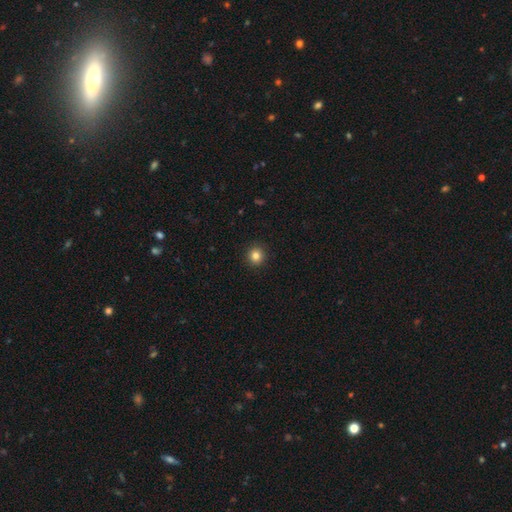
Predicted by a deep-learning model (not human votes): smooth-or-featured: smooth: 83% | star or artifact: 12% | featured or disk: 6%
  how-rounded: round: 94% | in between: 5% | cigar-shaped: 1%
  merging: none: 93% | minor disturbance: 5% | major disturbance: 2% | merger: 1%